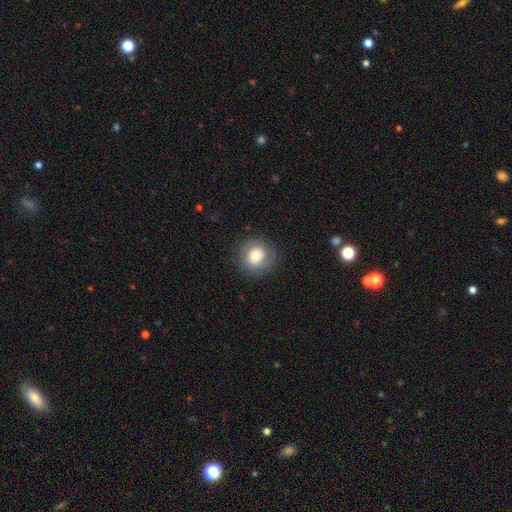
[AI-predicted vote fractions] Q: Smooth or featured?
A: smooth (72%); runner-up: featured or disk (18%)
Q: How rounded?
A: round (90%); runner-up: in between (9%)
Q: Merging?
A: none (83%); runner-up: minor disturbance (11%)